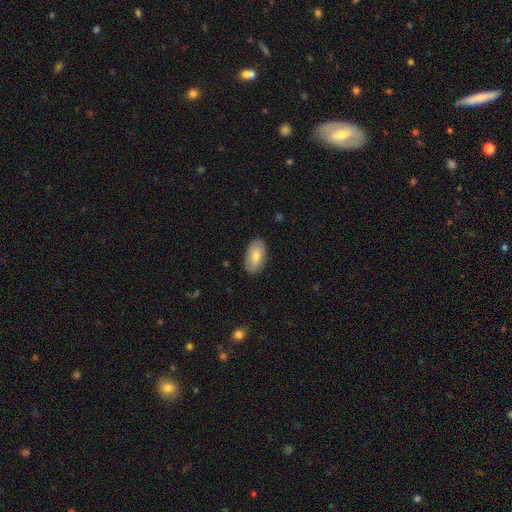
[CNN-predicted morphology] Smooth or featured?
  - smooth: 72% *
  - featured or disk: 22%
  - star or artifact: 6%
How rounded?
  - in between: 94% *
  - round: 4%
  - cigar-shaped: 2%
Merging?
  - none: 86% *
  - minor disturbance: 11%
  - major disturbance: 2%
  - merger: 1%